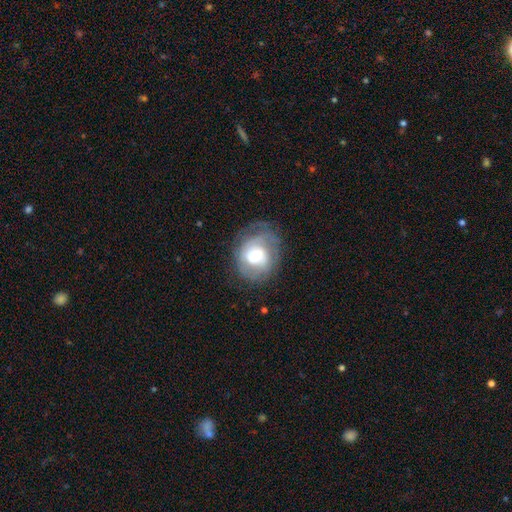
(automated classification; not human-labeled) featured or disk 58%, smooth 34%, star or artifact 8%. Down the decision tree: edge-on disk — no (97%); bar — no (56%); spiral arms — yes (73%); bulge size — moderate (61%); merging — none (60%).